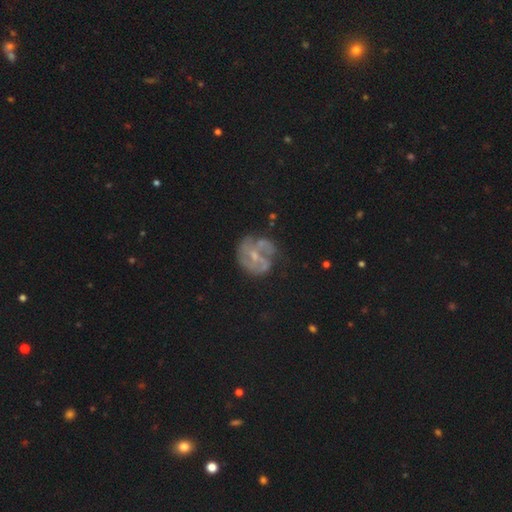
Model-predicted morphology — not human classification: This is likely a featured or disk galaxy (70%). It is clearly not viewed edge-on (98%). Bar: possibly no (56%). Spiral arm pattern: likely yes (64%). Central bulge: possibly small (51%). Merging: possibly none (53%).